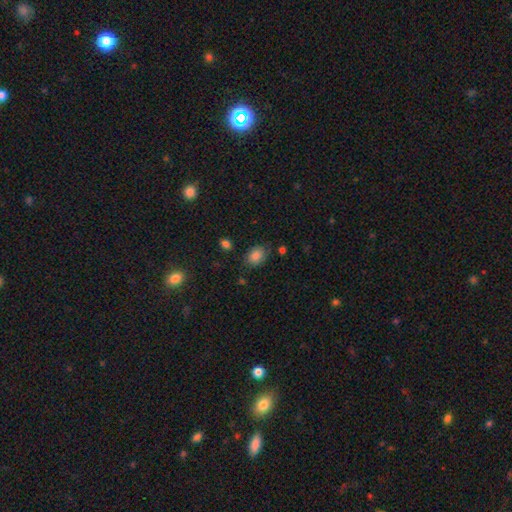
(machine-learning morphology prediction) This appears to be a smooth galaxy with no disk features (83%) that is in between round and cigar-shaped (74%). Merging: none (75%).